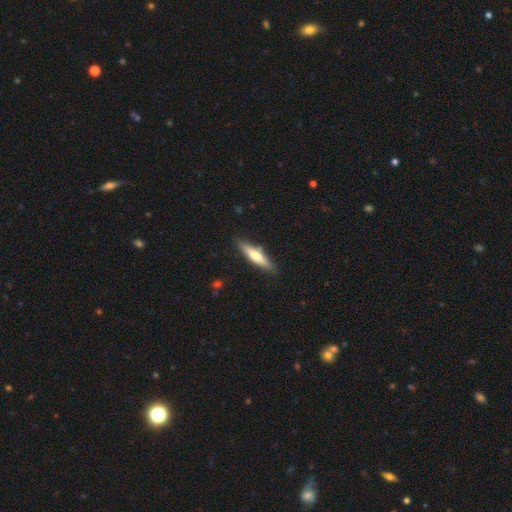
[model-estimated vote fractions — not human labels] Smooth or featured: smooth — 58% (featured or disk — 37%)
How rounded: cigar-shaped — 77% (in between — 21%)
Merging: none — 85% (minor disturbance — 10%)